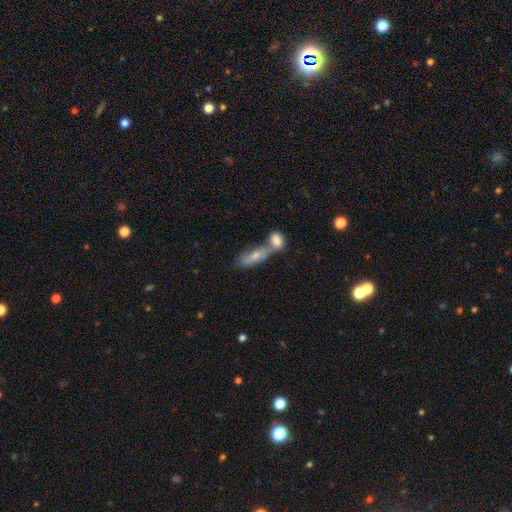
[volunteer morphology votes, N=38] Volunteers were most divided on "smooth or featured": smooth: 61%, featured or disk: 39%, star or artifact: 0%. More confident: how rounded — in between (61%); merging — merger (61%).